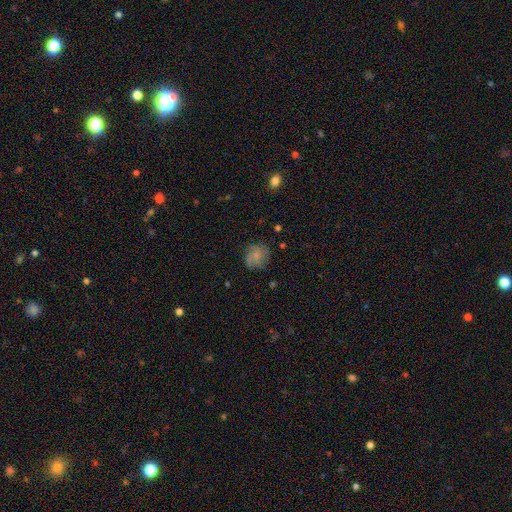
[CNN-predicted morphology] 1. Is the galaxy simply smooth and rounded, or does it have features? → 60% smooth, 29% featured or disk, 10% star or artifact.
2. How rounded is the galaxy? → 78% round, 21% in between, 1% cigar-shaped.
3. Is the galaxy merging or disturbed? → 70% none, 21% minor disturbance, 8% major disturbance, 1% merger.